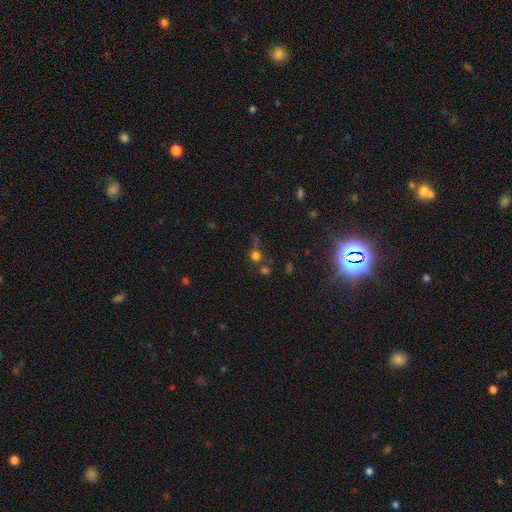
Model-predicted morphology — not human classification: This is likely a smooth galaxy (61%). How rounded: clearly round (90%). Merging: possibly none (59%).